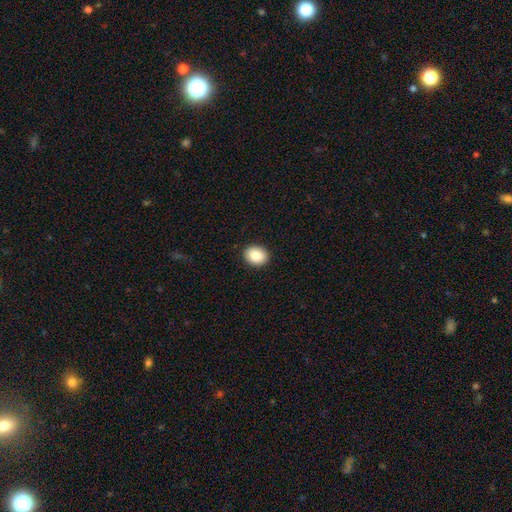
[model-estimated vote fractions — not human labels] This appears to be a smooth galaxy with no disk features (85%) that is round (53%). Merging: none (92%).